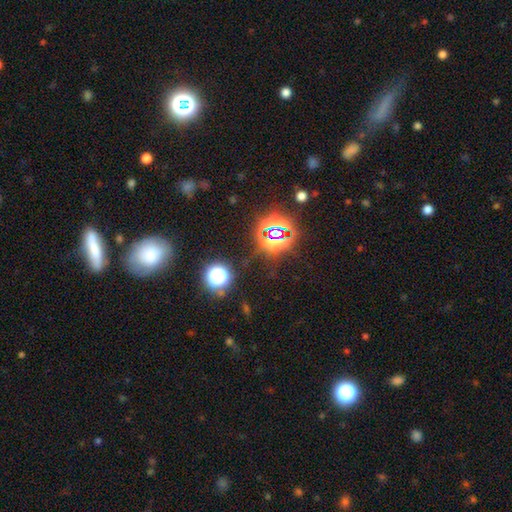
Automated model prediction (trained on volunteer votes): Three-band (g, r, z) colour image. It shows a star or artifact, not a galaxy (69%).